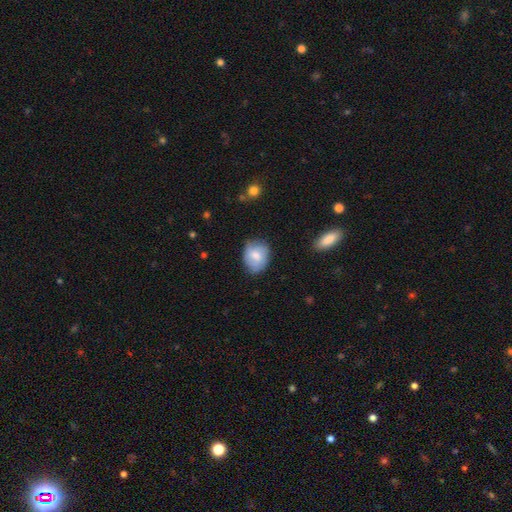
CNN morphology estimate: smooth-or-featured: smooth: 71% | featured or disk: 22% | star or artifact: 7%
  how-rounded: in between: 53% | round: 46% | cigar-shaped: 1%
  merging: none: 71% | minor disturbance: 23% | major disturbance: 5% | merger: 2%